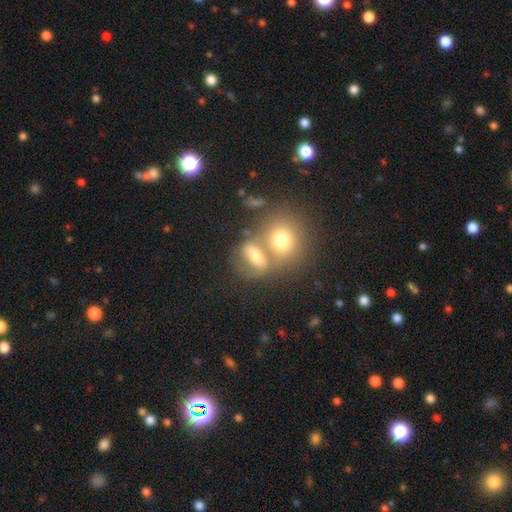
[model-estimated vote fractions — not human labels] Smooth or featured?
  - smooth: 56% *
  - featured or disk: 32%
  - star or artifact: 12%
How rounded?
  - in between: 54% *
  - round: 42%
  - cigar-shaped: 4%
Merging?
  - merger: 49% *
  - none: 35%
  - minor disturbance: 10%
  - major disturbance: 6%